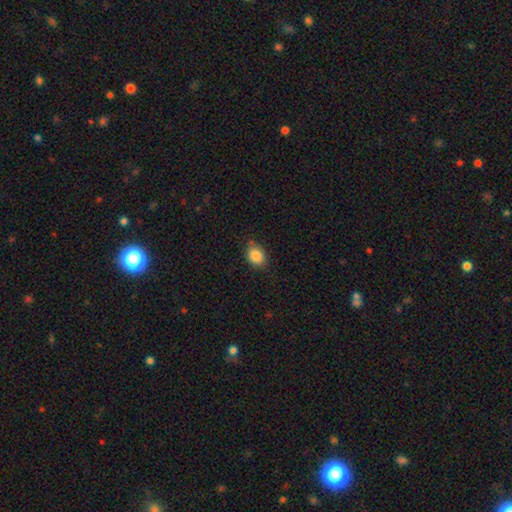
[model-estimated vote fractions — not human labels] This appears to be a smooth galaxy with no disk features (86%) that is in between round and cigar-shaped (66%). Merging: none (81%).